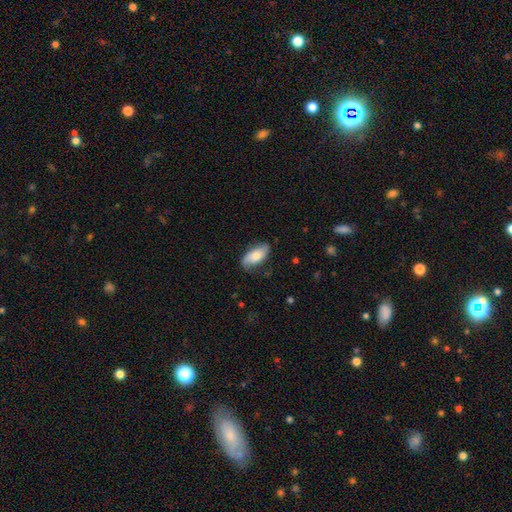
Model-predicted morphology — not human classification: Smooth or featured?
  - smooth: 68% *
  - featured or disk: 26%
  - star or artifact: 6%
How rounded?
  - in between: 90% *
  - cigar-shaped: 8%
  - round: 3%
Merging?
  - none: 75% *
  - minor disturbance: 20%
  - major disturbance: 4%
  - merger: 1%